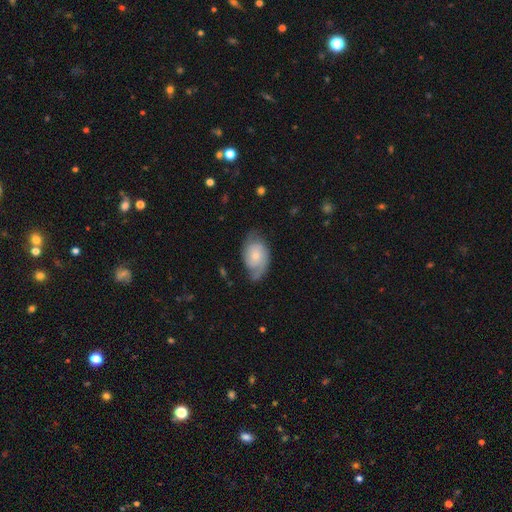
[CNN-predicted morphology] Q: Smooth or featured?
A: featured or disk (65%); runner-up: smooth (29%)
Q: Edge-on disk?
A: no (96%); runner-up: yes (4%)
Q: Bar?
A: no (72%); runner-up: weak (24%)
Q: Spiral arms?
A: yes (90%); runner-up: no (10%)
Q: Spiral winding?
A: medium (42%); runner-up: tight (36%)
Q: Spiral arm count?
A: 2 (71%); runner-up: can't tell (13%)
Q: Bulge size?
A: small (61%); runner-up: moderate (31%)
Q: Merging?
A: none (63%); runner-up: minor disturbance (24%)